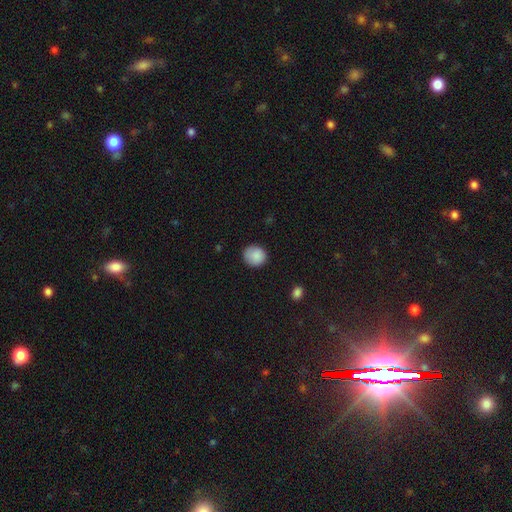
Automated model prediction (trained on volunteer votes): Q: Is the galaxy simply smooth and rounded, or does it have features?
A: smooth — 88%.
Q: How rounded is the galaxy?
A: round — 81%.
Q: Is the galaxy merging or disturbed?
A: none — 81%.